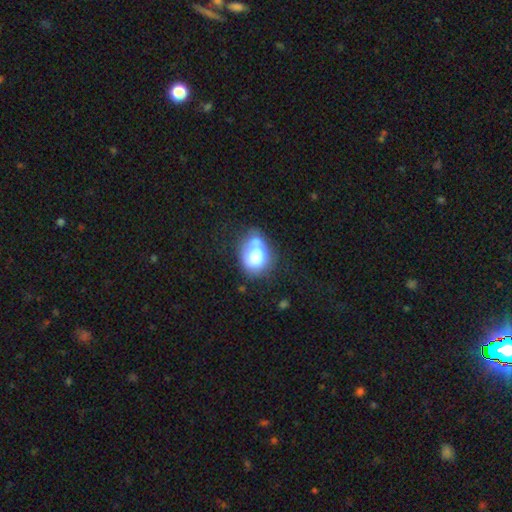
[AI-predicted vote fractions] Smooth or featured? smooth (71%)
How rounded? in between (62%)
Merging? none (37%)